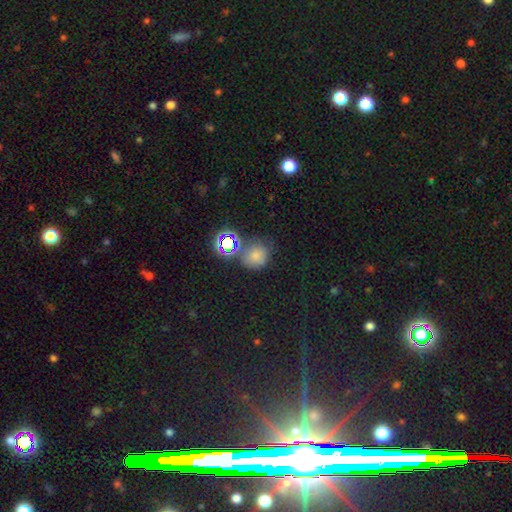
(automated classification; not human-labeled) This appears to be a smooth galaxy with no disk features (63%) that is round (77%). Merging: none (58%).